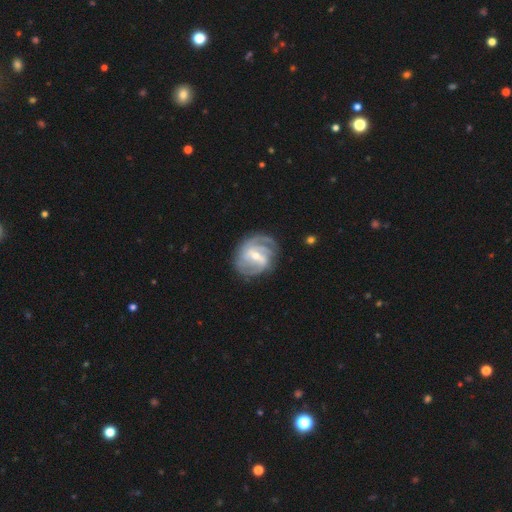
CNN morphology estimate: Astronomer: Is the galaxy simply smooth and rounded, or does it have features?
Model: featured or disk — 87%.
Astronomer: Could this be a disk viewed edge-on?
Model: no — 97%.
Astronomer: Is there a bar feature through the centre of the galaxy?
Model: weak — 48% (runner-up: strong, 34%).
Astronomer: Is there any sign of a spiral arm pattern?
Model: yes — 96%.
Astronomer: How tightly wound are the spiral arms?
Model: tight — 49% (runner-up: medium, 39%).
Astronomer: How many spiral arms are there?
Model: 2 — 33% (runner-up: 3, 29%).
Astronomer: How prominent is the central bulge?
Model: small — 49% (runner-up: moderate, 47%).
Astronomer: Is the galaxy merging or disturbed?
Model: none — 71%.